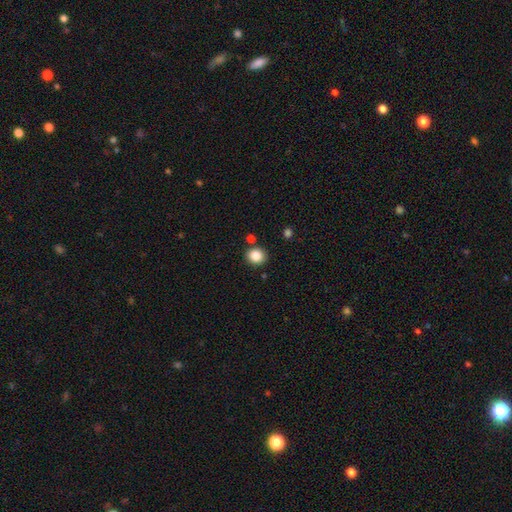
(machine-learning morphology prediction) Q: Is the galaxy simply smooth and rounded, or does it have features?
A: smooth — 85%.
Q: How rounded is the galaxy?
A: round — 76%.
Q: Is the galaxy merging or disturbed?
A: none — 84%.